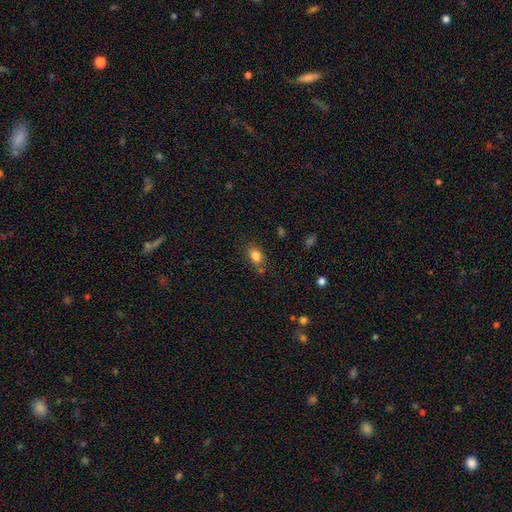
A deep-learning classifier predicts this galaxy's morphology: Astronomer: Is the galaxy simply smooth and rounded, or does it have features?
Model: smooth — 82%.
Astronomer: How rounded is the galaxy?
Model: in between — 78%.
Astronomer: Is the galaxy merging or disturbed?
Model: none — 74%.